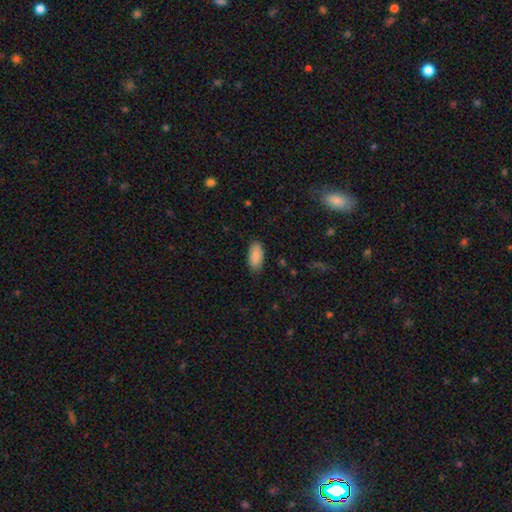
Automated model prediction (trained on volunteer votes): Overall: smooth (87%). How rounded: in between (92%). Merging: none (84%).